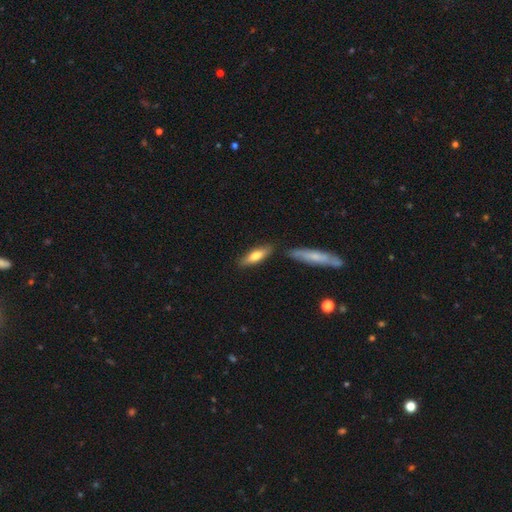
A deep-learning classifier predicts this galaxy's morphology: This appears to be a smooth galaxy with no disk features (69%) that is cigar-shaped (56%). Merging: none (77%).